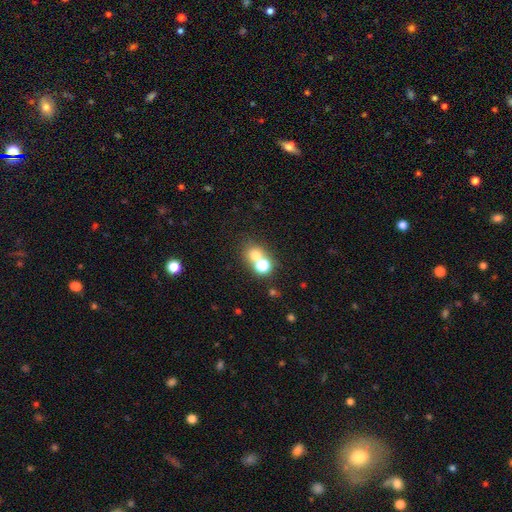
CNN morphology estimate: A smooth galaxy with no disk features (70%) that is round (79%). Merging: merger (46%).